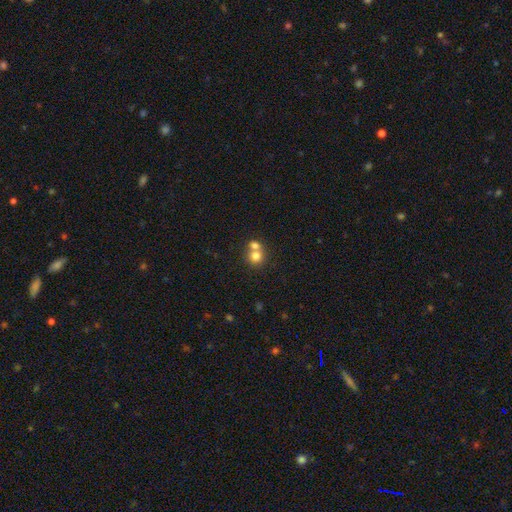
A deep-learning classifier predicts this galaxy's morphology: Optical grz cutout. It shows a smooth galaxy with no disk features (76%) that is round (83%). Merging: merger (55%).